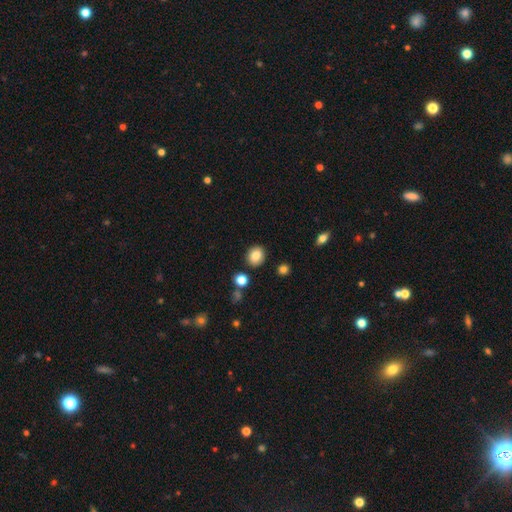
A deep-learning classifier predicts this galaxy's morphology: This appears to be a smooth galaxy with no disk features (84%) that is round (71%). Merging: none (88%).